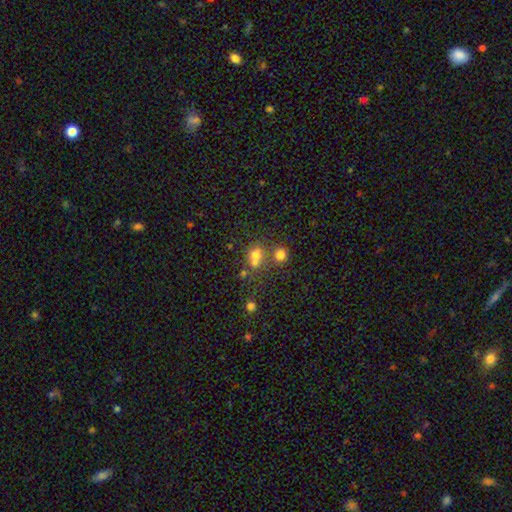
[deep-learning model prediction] Q: Smooth or featured?
A: smooth (68%); runner-up: star or artifact (19%)
Q: How rounded?
A: round (71%); runner-up: in between (28%)
Q: Merging?
A: none (43%); tied with: merger (43%)